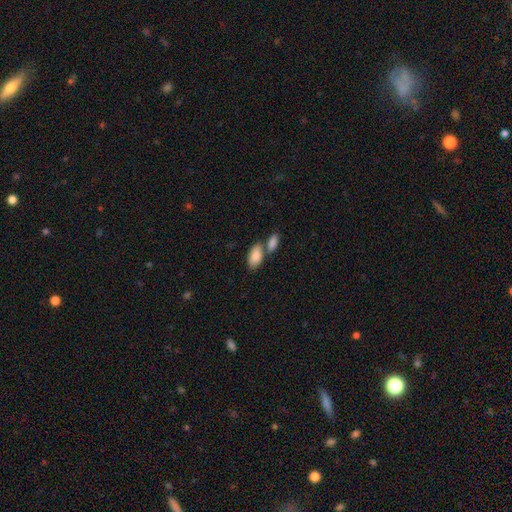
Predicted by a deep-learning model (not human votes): Q: Smooth or featured?
A: smooth (86%); runner-up: featured or disk (8%)
Q: How rounded?
A: in between (93%); runner-up: round (4%)
Q: Merging?
A: merger (44%); runner-up: none (42%)